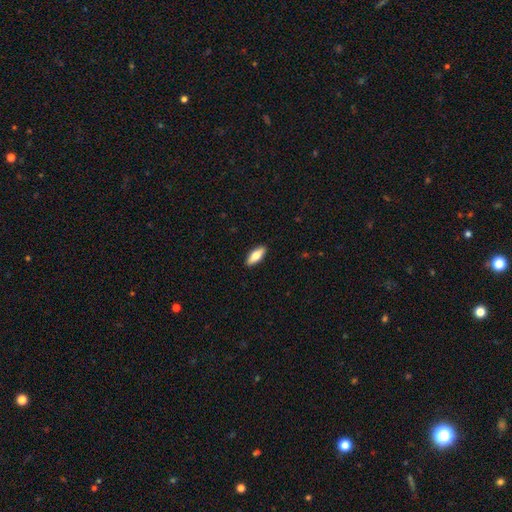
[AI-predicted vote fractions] A smooth galaxy with no disk features (72%) that is in between round and cigar-shaped (71%).

Vote fractions:
- Smooth or featured? smooth: 72% / featured or disk: 23% / star or artifact: 6%
- How rounded? in between: 71% / cigar-shaped: 27% / round: 2%
- Merging? none: 90% / minor disturbance: 7% / major disturbance: 2% / merger: 1%